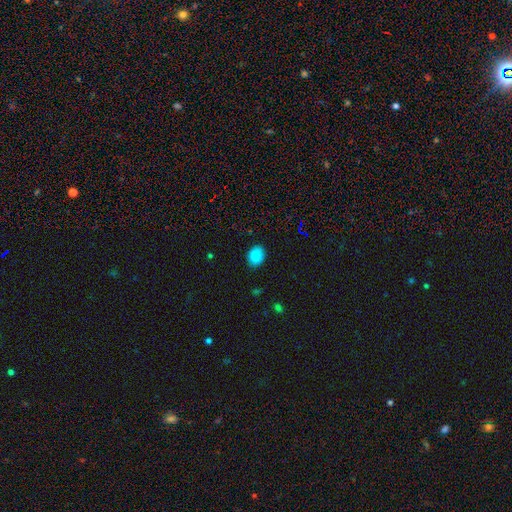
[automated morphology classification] Smooth or featured: smooth — 86% (star or artifact — 10%)
How rounded: in between — 61% (round — 38%)
Merging: none — 85% (minor disturbance — 11%)